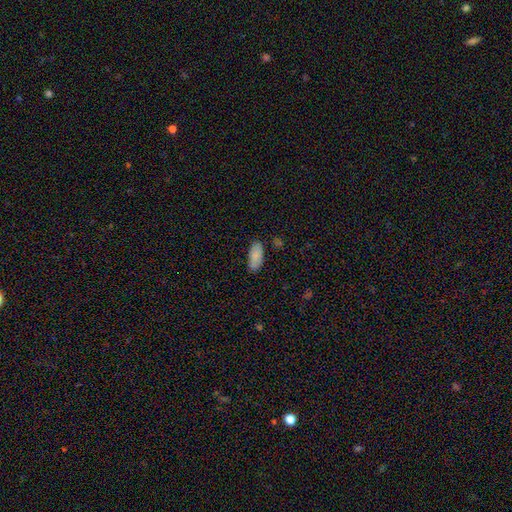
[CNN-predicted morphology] smooth_or_featured: smooth (p=0.86) [alt: featured or disk p=0.07]
how_rounded: in between (p=0.88) [alt: cigar-shaped p=0.10]
merging: none (p=0.82) [alt: minor disturbance p=0.13]